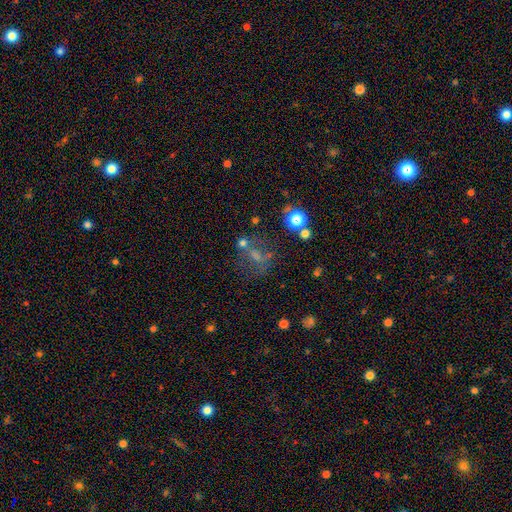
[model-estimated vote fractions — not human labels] Smooth or featured? smooth (41%)
Merging? none (47%)